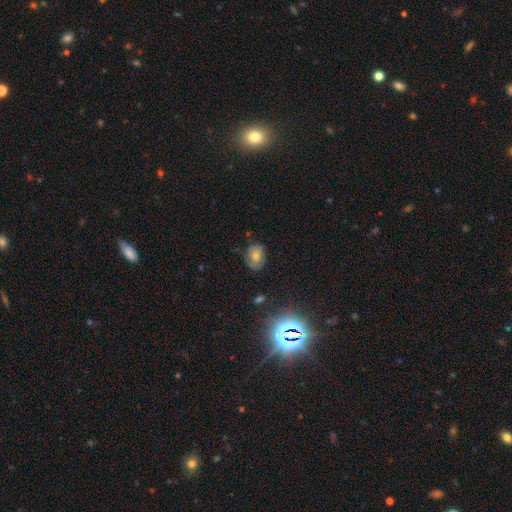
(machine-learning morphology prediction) The model was most divided on "how rounded": in between: 64%, round: 35%, cigar-shaped: 1%. More confident: merging — none (76%); smooth or featured — smooth (57%).